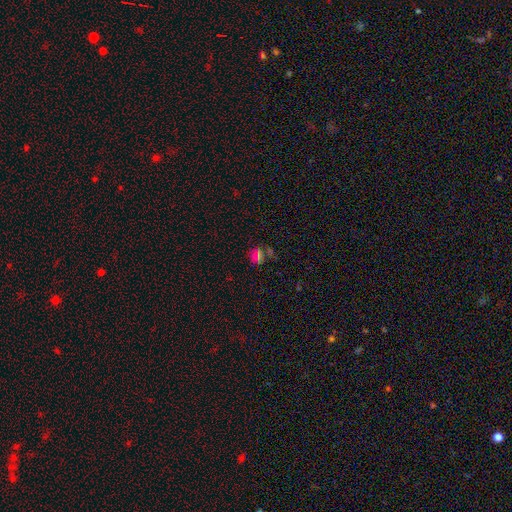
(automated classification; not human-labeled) Overall: smooth (52%; star or artifact 38%). How rounded: round (77%). Merging: none (74%).